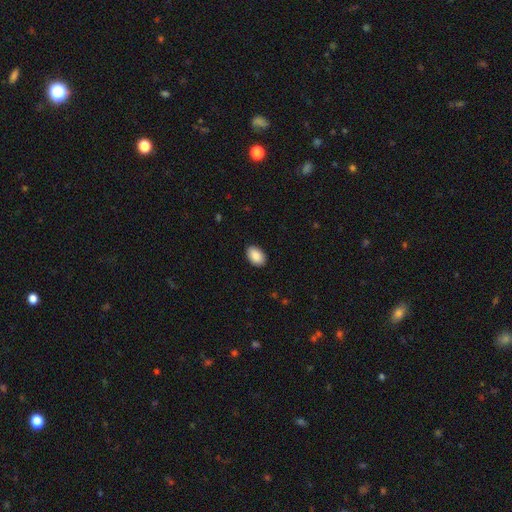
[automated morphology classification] This appears to be a smooth galaxy with no disk features (90%) that is in between round and cigar-shaped (90%). Merging: none (90%).